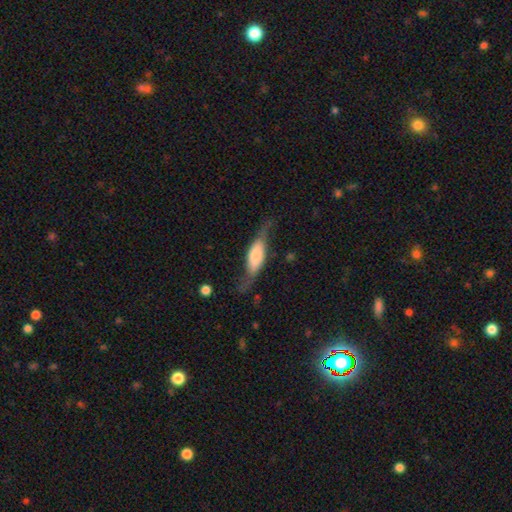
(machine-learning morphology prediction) Overall: featured or disk (50%; smooth 44%). Merging: none (54%; minor disturbance 26%).